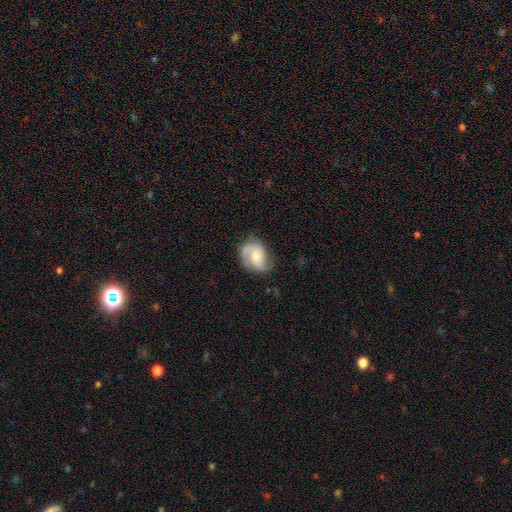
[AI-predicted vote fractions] Smooth or featured?
  - featured or disk: 71% *
  - smooth: 23%
  - star or artifact: 6%
Edge-on disk?
  - no: 97% *
  - yes: 3%
Bar?
  - no: 63% *
  - weak: 30%
  - strong: 7%
Spiral arms?
  - yes: 93% *
  - no: 7%
Spiral winding?
  - medium: 46% *
  - loose: 28%
  - tight: 26%
Spiral arm count?
  - 2: 72% *
  - 1: 11%
  - can't tell: 8%
  - 3: 5%
  - 4: 1%
  - more than 4: 1%
Bulge size?
  - moderate: 52% *
  - small: 39%
  - large: 5%
  - none: 3%
  - dominant: 1%
Merging?
  - none: 65% *
  - minor disturbance: 23%
  - major disturbance: 11%
  - merger: 2%